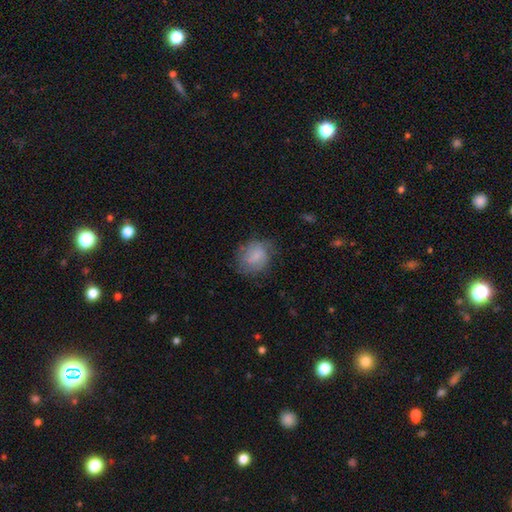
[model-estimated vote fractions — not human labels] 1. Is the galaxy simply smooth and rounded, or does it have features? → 65% smooth, 26% featured or disk, 9% star or artifact.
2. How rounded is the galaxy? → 61% round, 38% in between, 1% cigar-shaped.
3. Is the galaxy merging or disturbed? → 63% none, 24% minor disturbance, 11% major disturbance, 1% merger.